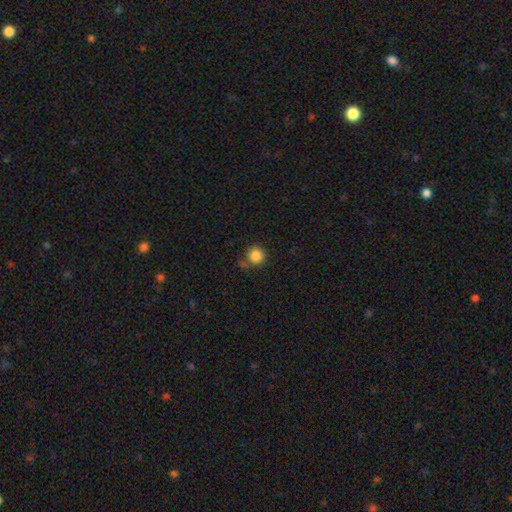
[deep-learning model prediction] A smooth galaxy with no disk features (85%) that is round (93%).

Vote fractions:
- Smooth or featured? smooth: 85% / star or artifact: 10% / featured or disk: 4%
- How rounded? round: 93% / in between: 6% / cigar-shaped: 1%
- Merging? none: 70% / minor disturbance: 16% / merger: 9% / major disturbance: 5%